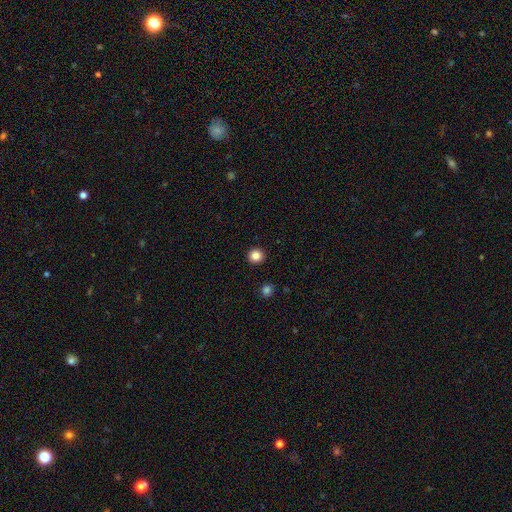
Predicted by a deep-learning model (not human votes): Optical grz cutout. It shows a smooth galaxy with no disk features (84%) that is round (95%). Merging: none (94%).